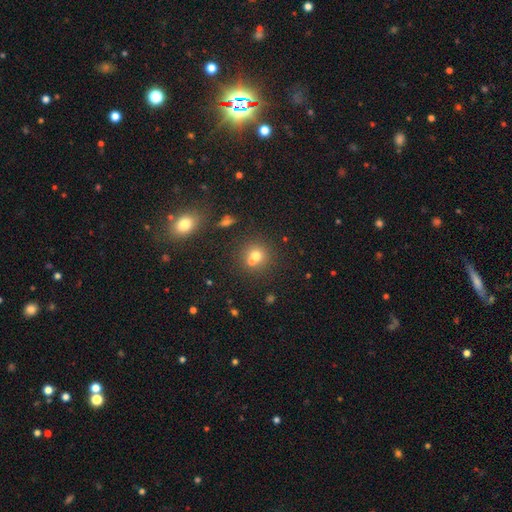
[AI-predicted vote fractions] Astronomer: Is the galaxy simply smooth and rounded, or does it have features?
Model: smooth — 67%.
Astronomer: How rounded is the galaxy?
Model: round — 86%.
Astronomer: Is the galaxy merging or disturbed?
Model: none — 49% (runner-up: merger, 40%).